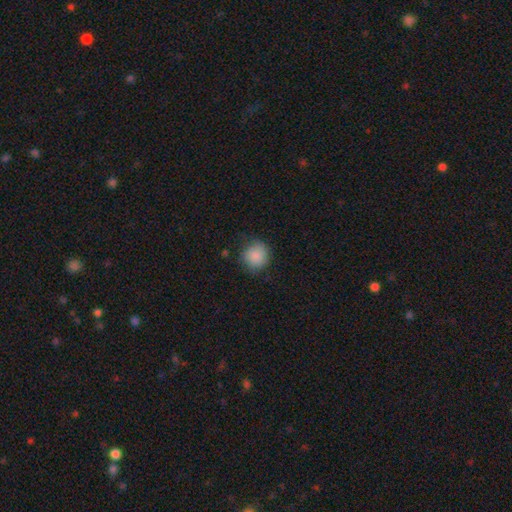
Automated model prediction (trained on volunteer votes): This appears to be a smooth galaxy with no disk features (87%) that is round (88%). Merging: none (78%).